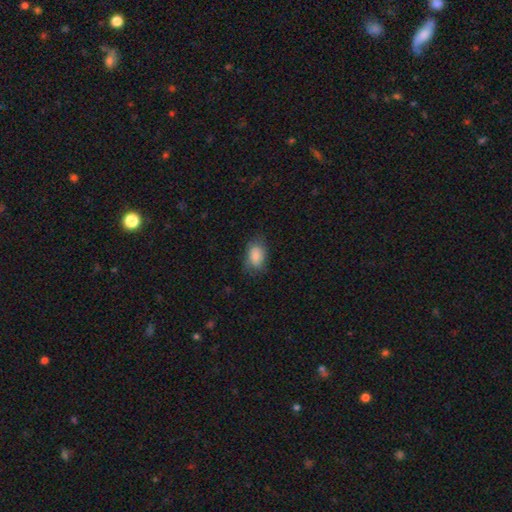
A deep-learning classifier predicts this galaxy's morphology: A smooth galaxy with no disk features (85%) that is in between round and cigar-shaped (88%). Merging: none (69%).